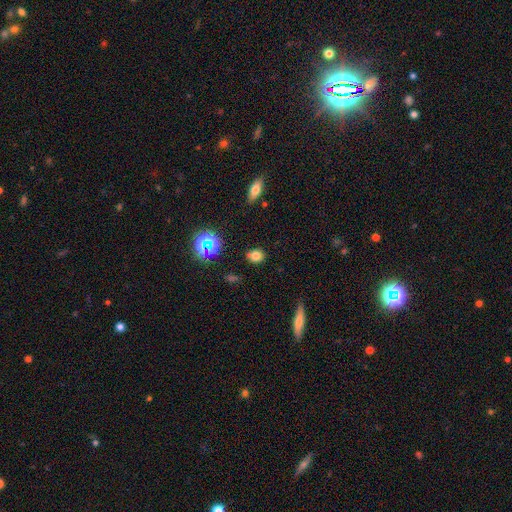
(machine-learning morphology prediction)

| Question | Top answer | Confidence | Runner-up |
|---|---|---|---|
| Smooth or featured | smooth | 76% | star or artifact (17%) |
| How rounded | in between | 52% | round (46%) |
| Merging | none | 83% | minor disturbance (12%) |